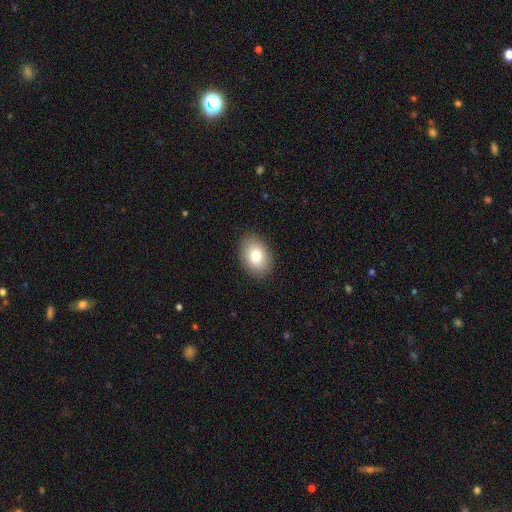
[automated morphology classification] The model was most divided on "how rounded": in between: 80%, round: 19%, cigar-shaped: 1%. More confident: merging — none (89%); smooth or featured — smooth (79%).